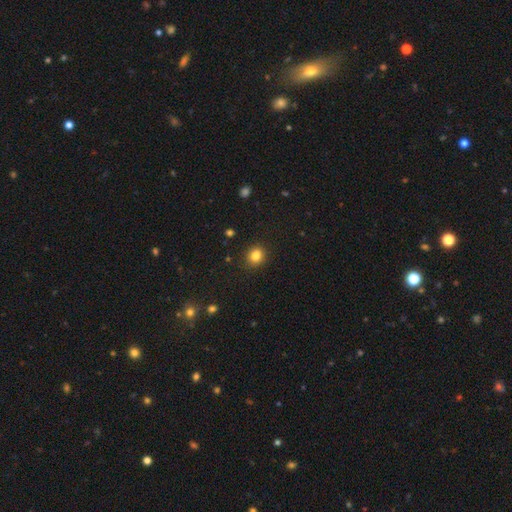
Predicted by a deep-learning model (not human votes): Q: Smooth or featured?
A: smooth (83%); runner-up: star or artifact (12%)
Q: How rounded?
A: round (73%); runner-up: in between (26%)
Q: Merging?
A: none (89%); runner-up: minor disturbance (8%)